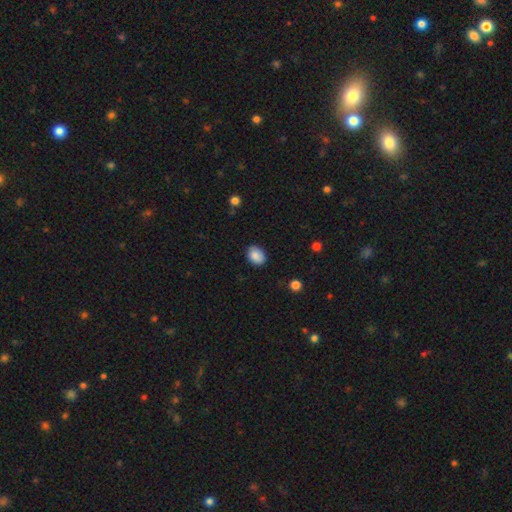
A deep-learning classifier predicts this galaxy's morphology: Q: Smooth or featured?
A: smooth (87%); runner-up: star or artifact (8%)
Q: How rounded?
A: in between (71%); runner-up: round (28%)
Q: Merging?
A: none (84%); runner-up: minor disturbance (13%)